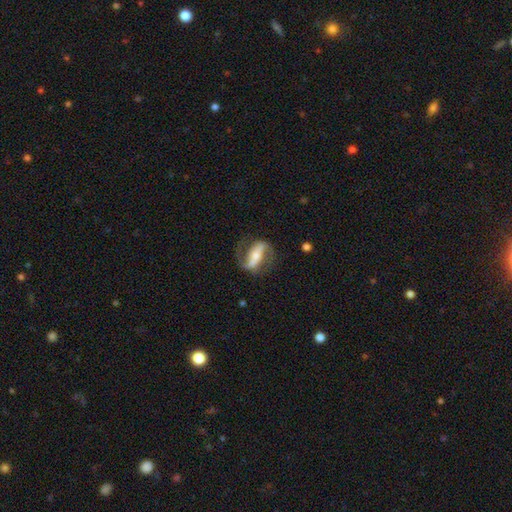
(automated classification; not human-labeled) smooth_or_featured: featured or disk (p=0.84) [alt: smooth p=0.11]
disk_edge_on: no (p=0.91) [alt: yes p=0.09]
bar: strong (p=0.69) [alt: weak p=0.18]
has_spiral_arms: yes (p=0.91) [alt: no p=0.09]
spiral_winding: medium (p=0.44) [alt: loose p=0.38]
spiral_arm_count: 2 (p=0.90) [alt: 1 p=0.04]
bulge_size: small (p=0.44) [alt: moderate p=0.43]
merging: none (p=0.74) [alt: minor disturbance p=0.14]